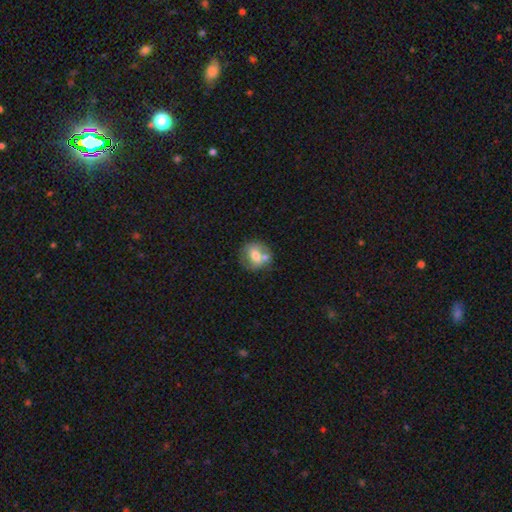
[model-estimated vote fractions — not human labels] Q: Smooth or featured?
A: smooth (60%); runner-up: featured or disk (32%)
Q: How rounded?
A: round (74%); runner-up: in between (25%)
Q: Merging?
A: none (55%); runner-up: merger (26%)